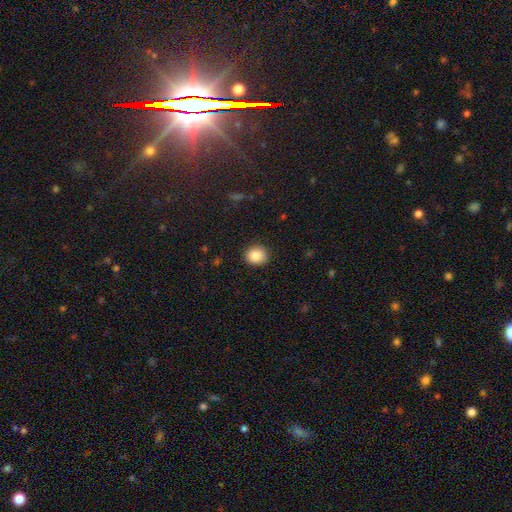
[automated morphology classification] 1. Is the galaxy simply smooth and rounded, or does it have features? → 87% smooth, 9% star or artifact, 4% featured or disk.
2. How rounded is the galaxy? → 76% round, 23% in between, 1% cigar-shaped.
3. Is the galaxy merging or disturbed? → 90% none, 7% minor disturbance, 2% major disturbance, 1% merger.